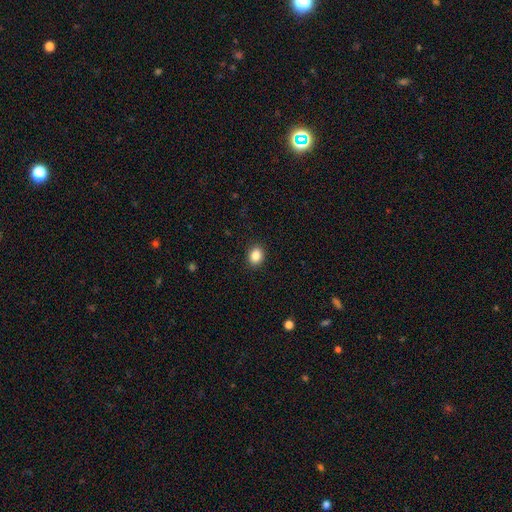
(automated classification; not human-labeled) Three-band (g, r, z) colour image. It shows a smooth galaxy with no disk features (87%) that is in between round and cigar-shaped (55%). Merging: none (90%).